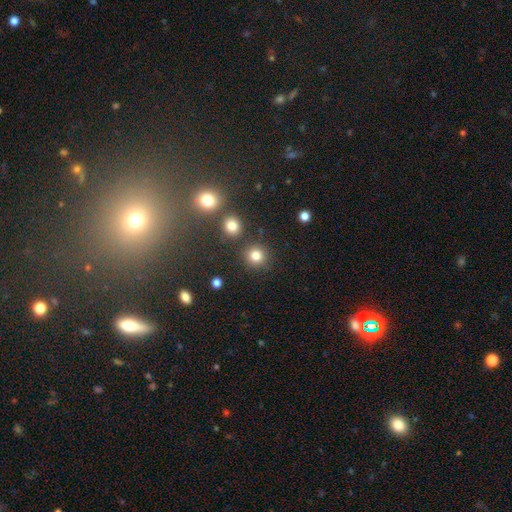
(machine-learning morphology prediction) A smooth galaxy with no disk features (81%) that is round (92%).

Vote fractions:
- Smooth or featured? smooth: 81% / star or artifact: 13% / featured or disk: 6%
- How rounded? round: 92% / in between: 7% / cigar-shaped: 1%
- Merging? none: 85% / minor disturbance: 7% / merger: 5% / major disturbance: 3%